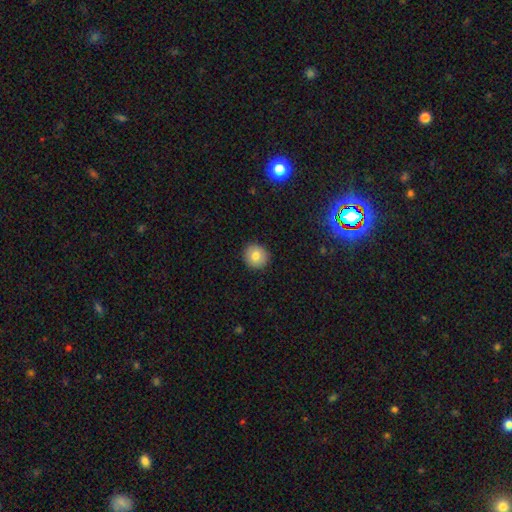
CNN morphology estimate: smooth-or-featured: smooth: 81% | featured or disk: 10% | star or artifact: 9%
  how-rounded: round: 92% | in between: 7% | cigar-shaped: 1%
  merging: none: 91% | minor disturbance: 6% | major disturbance: 2% | merger: 1%